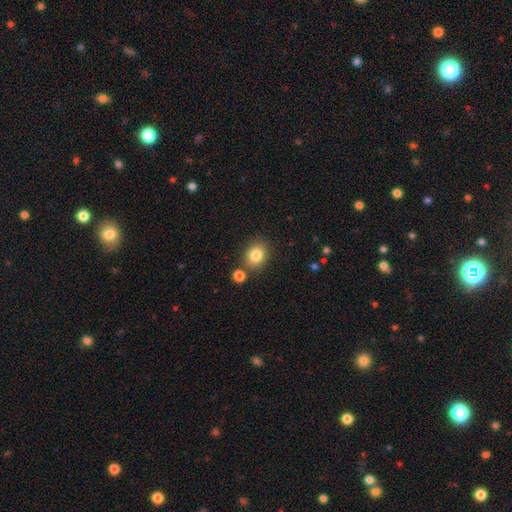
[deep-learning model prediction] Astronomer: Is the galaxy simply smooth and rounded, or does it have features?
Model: smooth — 83%.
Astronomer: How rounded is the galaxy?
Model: round — 57% (runner-up: in between, 42%).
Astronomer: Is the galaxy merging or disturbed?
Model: none — 76%.